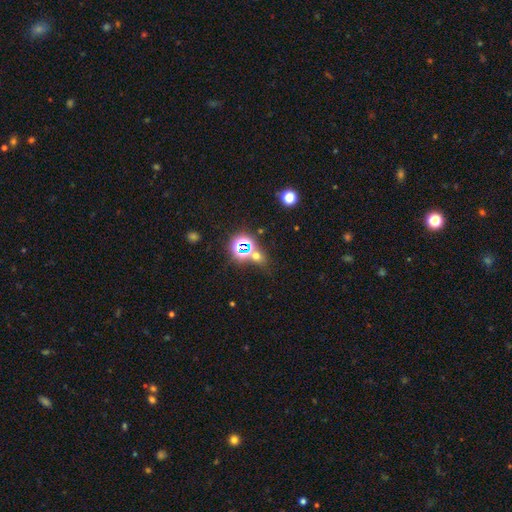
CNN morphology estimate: Smooth or featured? Predicted: star or artifact (p=0.54).